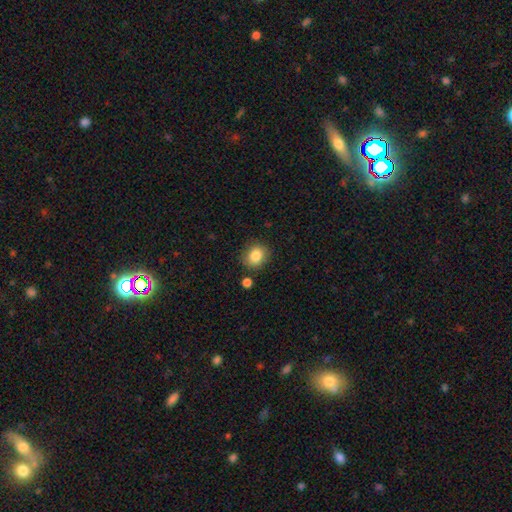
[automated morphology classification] smooth_or_featured: smooth (p=0.84) [alt: star or artifact p=0.09]
how_rounded: round (p=0.73) [alt: in between p=0.27]
merging: none (p=0.80) [alt: minor disturbance p=0.12]